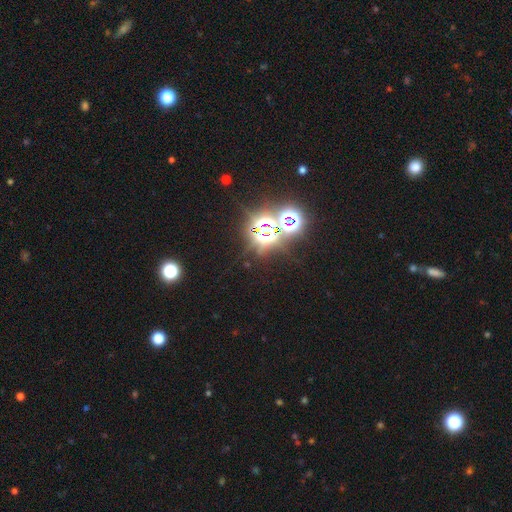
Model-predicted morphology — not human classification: A star or artifact, not a galaxy (81%).